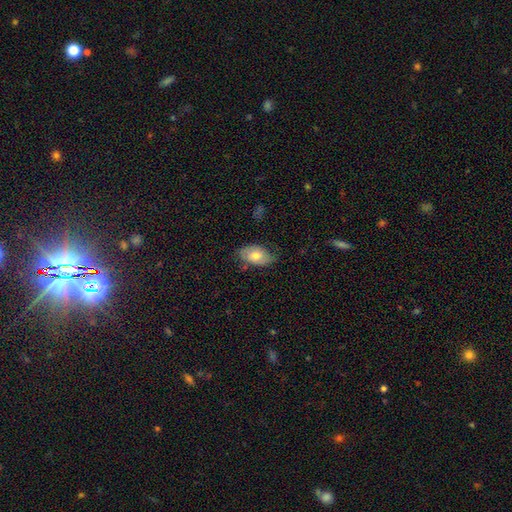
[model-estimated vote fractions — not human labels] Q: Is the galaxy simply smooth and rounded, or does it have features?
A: smooth — 63%.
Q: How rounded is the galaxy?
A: in between — 91%.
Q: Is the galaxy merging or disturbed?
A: none — 66%.